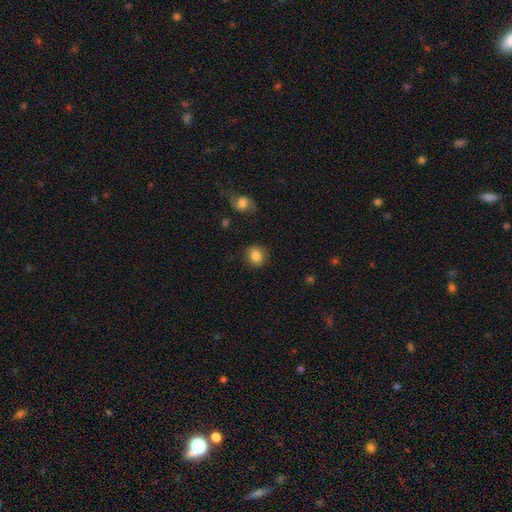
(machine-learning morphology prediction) The model was most divided on "how rounded": round: 80%, in between: 20%, cigar-shaped: 1%. More confident: merging — none (87%); smooth or featured — smooth (85%).